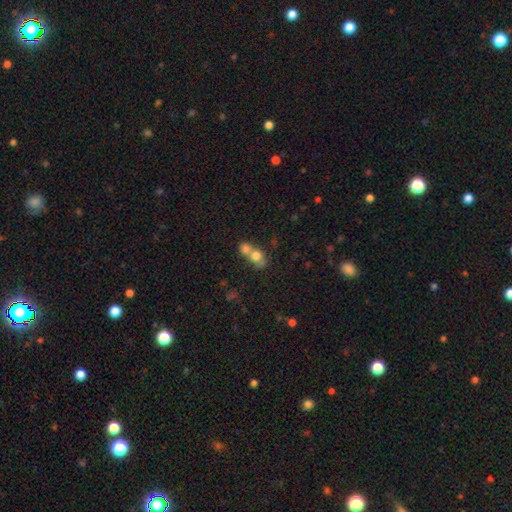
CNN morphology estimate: type=smooth (71%); roundness=round (60%); merging=merger (71%).